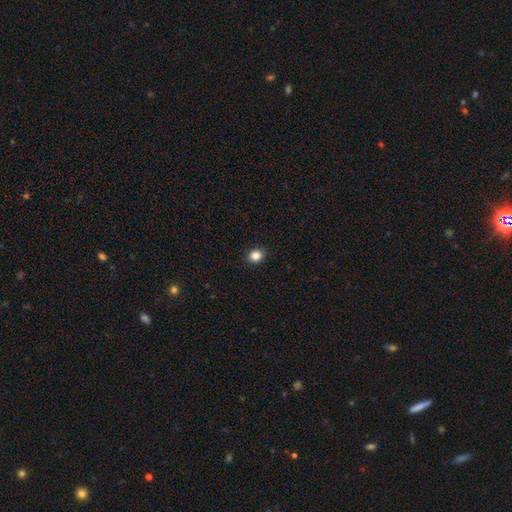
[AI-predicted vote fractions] smooth_or_featured: smooth (p=0.85) [alt: star or artifact p=0.11]
how_rounded: round (p=0.77) [alt: in between p=0.22]
merging: none (p=0.91) [alt: minor disturbance p=0.06]